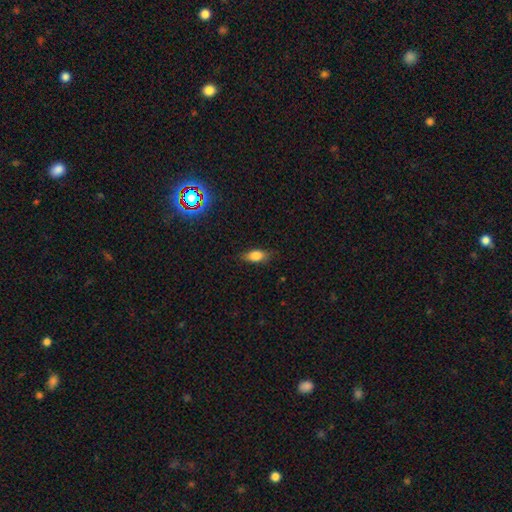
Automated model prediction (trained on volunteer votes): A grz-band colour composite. It shows a smooth galaxy with no disk features (77%) that is in between round and cigar-shaped (80%). Merging: none (80%).